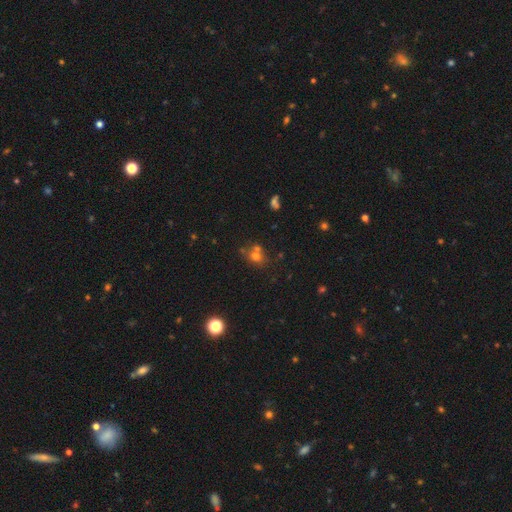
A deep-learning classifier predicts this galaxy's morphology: Overall: smooth (65%). How rounded: round (71%). Merging: none (50%; merger 34%).